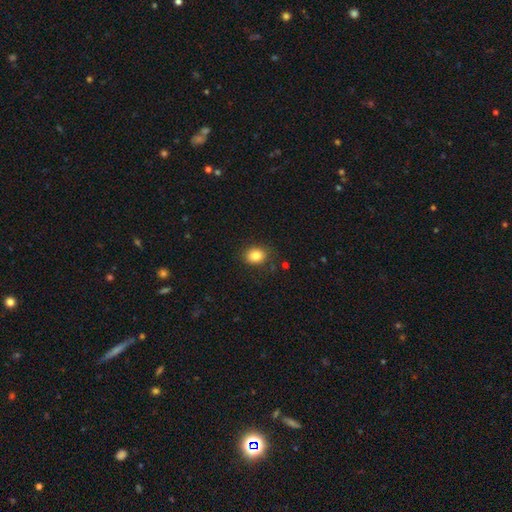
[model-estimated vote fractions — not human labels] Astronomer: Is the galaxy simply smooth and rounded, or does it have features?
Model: smooth — 84%.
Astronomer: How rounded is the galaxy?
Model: round — 58% (runner-up: in between, 41%).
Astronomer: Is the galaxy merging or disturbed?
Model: none — 83%.